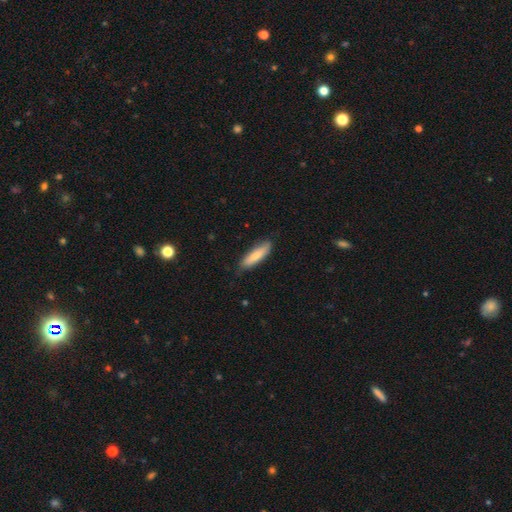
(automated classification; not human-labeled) This is likely a smooth galaxy (76%). How rounded: likely cigar-shaped (64%). Merging: likely none (80%).